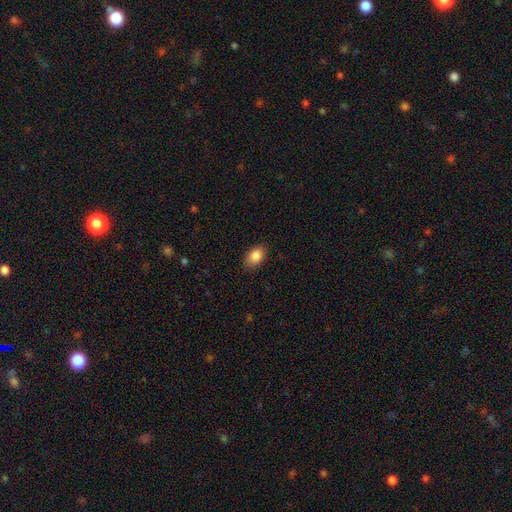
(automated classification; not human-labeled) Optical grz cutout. It shows a smooth galaxy with no disk features (87%) that is in between round and cigar-shaped (86%). Merging: none (83%).